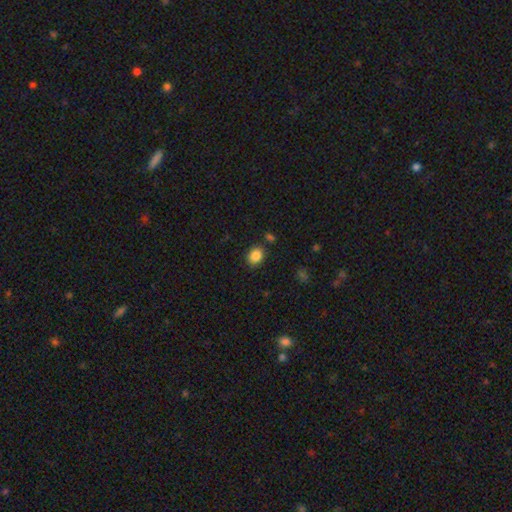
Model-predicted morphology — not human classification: Smooth or featured: smooth — 86% (star or artifact — 9%)
How rounded: in between — 53% (round — 46%)
Merging: none — 84% (minor disturbance — 10%)